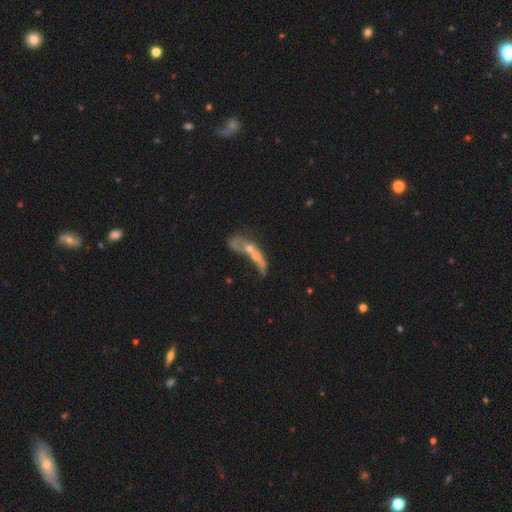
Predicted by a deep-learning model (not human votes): Smooth or featured? featured or disk (50%)
Merging? merger (51%)